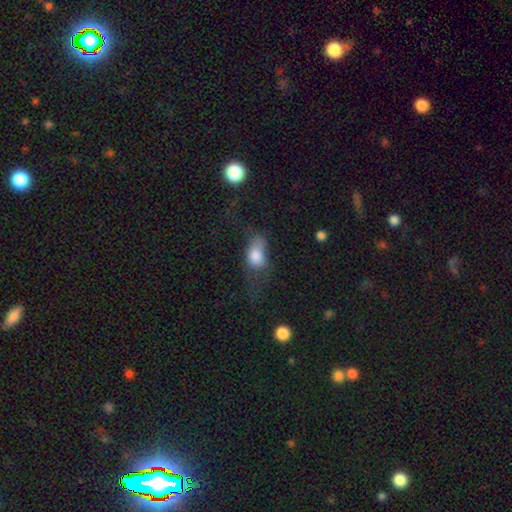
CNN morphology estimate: This appears to be a smooth galaxy with no disk features (76%) that is in between round and cigar-shaped (83%). Merging: major disturbance (44%).